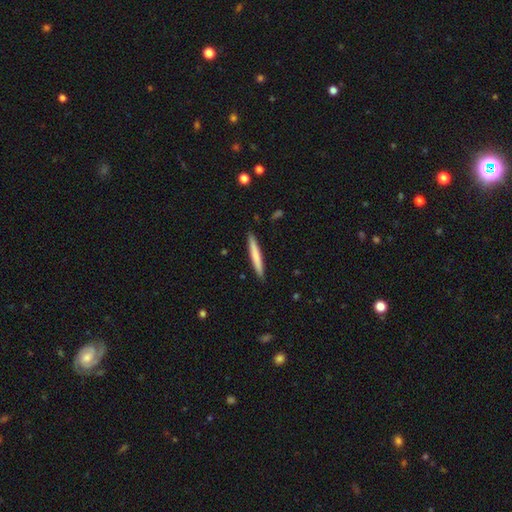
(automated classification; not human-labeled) Morphology: type=smooth (71%); roundness=cigar-shaped (96%); merging=none (91%).